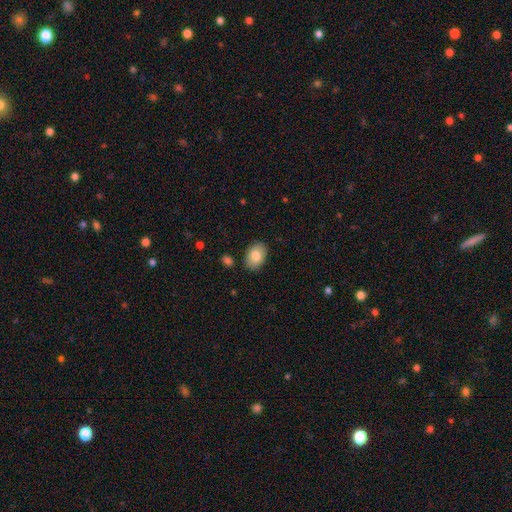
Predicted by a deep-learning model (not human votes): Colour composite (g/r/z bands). It shows a smooth galaxy with no disk features (83%) that is in between round and cigar-shaped (85%). Merging: none (86%).